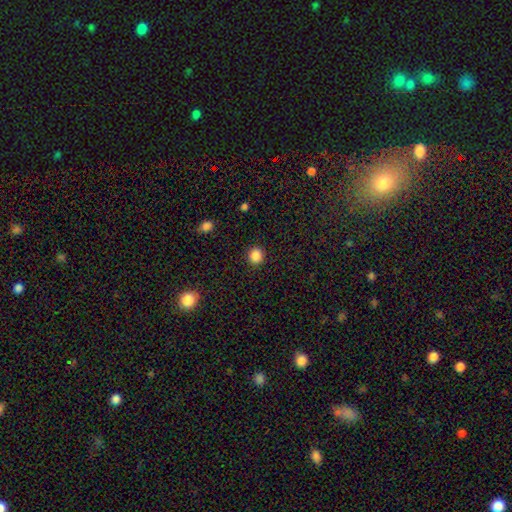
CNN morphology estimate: smooth-or-featured: smooth: 87% | star or artifact: 10% | featured or disk: 3%
  how-rounded: round: 84% | in between: 15% | cigar-shaped: 1%
  merging: none: 91% | minor disturbance: 6% | major disturbance: 2% | merger: 1%